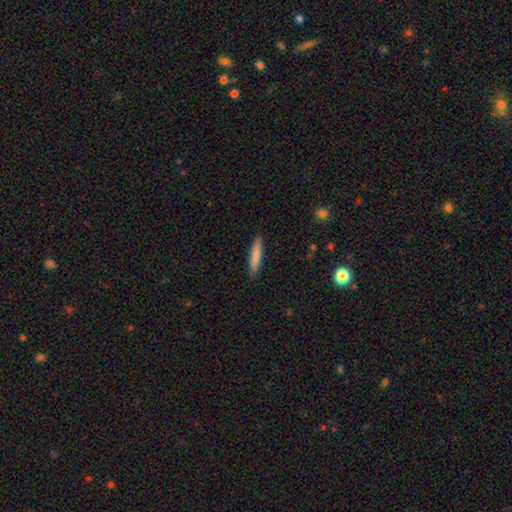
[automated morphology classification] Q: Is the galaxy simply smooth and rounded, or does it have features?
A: smooth — 81%.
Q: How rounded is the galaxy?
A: cigar-shaped — 91%.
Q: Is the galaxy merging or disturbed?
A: none — 90%.